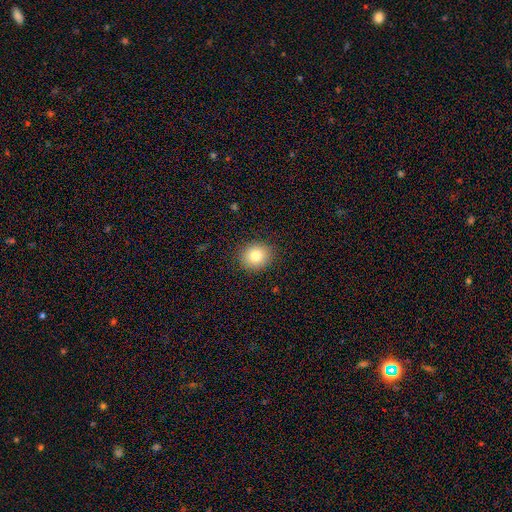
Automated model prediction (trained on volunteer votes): Smooth or featured?
  - smooth: 81% *
  - star or artifact: 10%
  - featured or disk: 9%
How rounded?
  - round: 76% *
  - in between: 23%
  - cigar-shaped: 1%
Merging?
  - none: 89% *
  - minor disturbance: 8%
  - major disturbance: 2%
  - merger: 1%